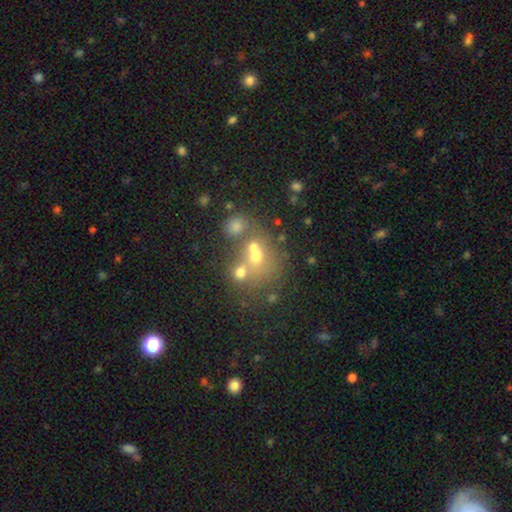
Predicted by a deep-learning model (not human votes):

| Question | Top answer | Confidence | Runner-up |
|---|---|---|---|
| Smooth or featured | smooth | 52% | featured or disk (27%) |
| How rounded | round | 71% | in between (28%) |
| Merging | merger | 45% | none (39%) |